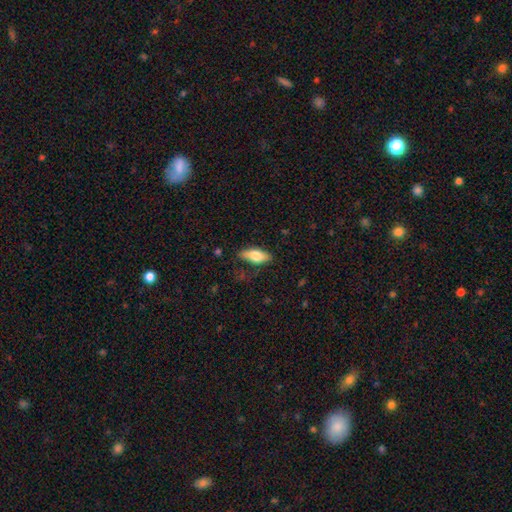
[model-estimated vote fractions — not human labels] This appears to be a smooth galaxy with no disk features (72%) that is in between round and cigar-shaped (77%). Merging: none (78%).